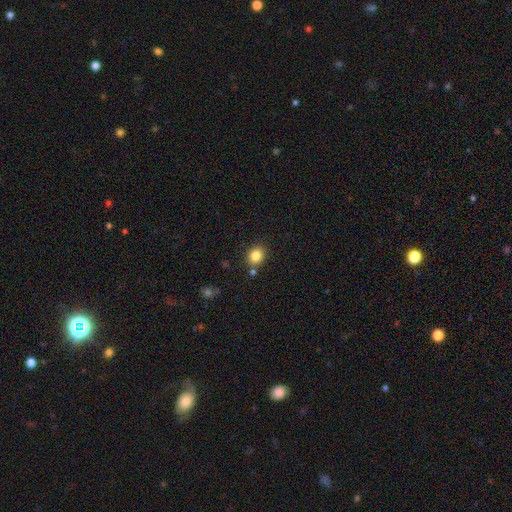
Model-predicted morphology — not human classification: smooth_or_featured: smooth (p=0.83) [alt: star or artifact p=0.10]
how_rounded: round (p=0.56) [alt: in between p=0.43]
merging: none (p=0.81) [alt: minor disturbance p=0.10]